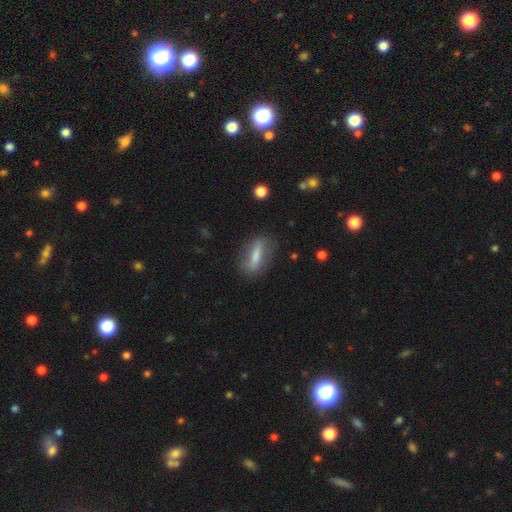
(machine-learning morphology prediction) Q: Smooth or featured?
A: smooth (60%); runner-up: featured or disk (32%)
Q: How rounded?
A: cigar-shaped (53%); runner-up: in between (42%)
Q: Merging?
A: none (77%); runner-up: minor disturbance (15%)